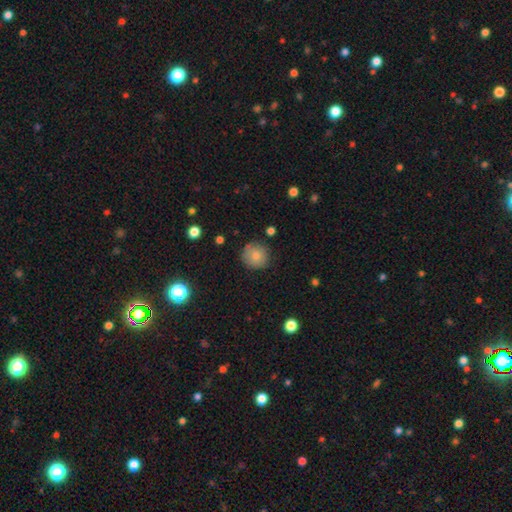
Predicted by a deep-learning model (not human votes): A smooth galaxy with no disk features (79%) that is round (92%). Merging: none (81%).